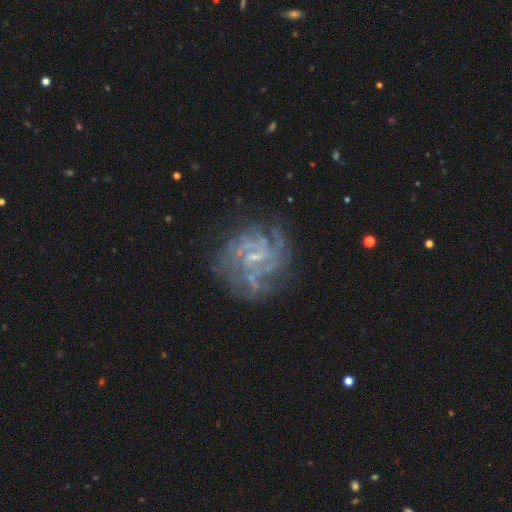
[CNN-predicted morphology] Smooth or featured?
  - featured or disk: 83% *
  - star or artifact: 9%
  - smooth: 8%
Edge-on disk?
  - no: 98% *
  - yes: 2%
Bar?
  - weak: 55% *
  - no: 30%
  - strong: 15%
Spiral arms?
  - yes: 88% *
  - no: 12%
Spiral winding?
  - tight: 53% *
  - medium: 35%
  - loose: 11%
Spiral arm count?
  - can't tell: 39% *
  - 4: 17%
  - 3: 16%
  - 2: 13%
  - more than 4: 8%
  - 1: 7%
Bulge size?
  - small: 61% *
  - none: 22%
  - moderate: 15%
  - large: 1%
  - dominant: 1%
Merging?
  - none: 67% *
  - minor disturbance: 17%
  - major disturbance: 13%
  - merger: 3%